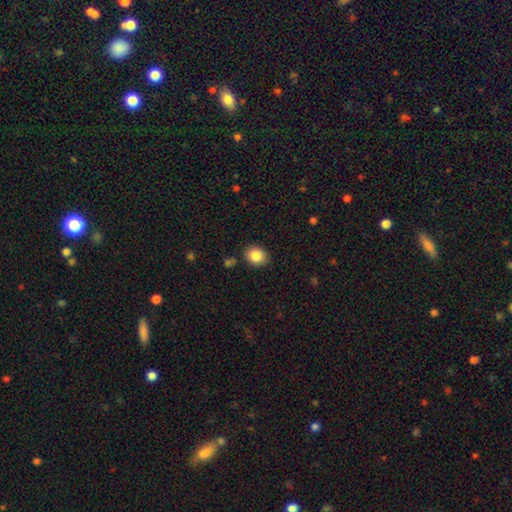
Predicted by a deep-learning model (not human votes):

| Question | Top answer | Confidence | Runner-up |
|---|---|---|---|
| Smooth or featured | smooth | 86% | star or artifact (9%) |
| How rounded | round | 60% | in between (39%) |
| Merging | none | 86% | minor disturbance (9%) |